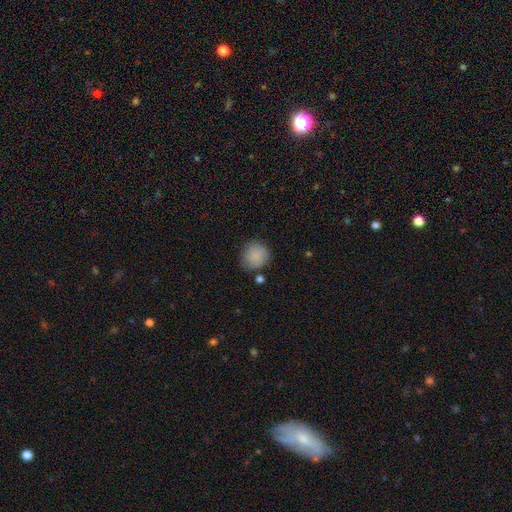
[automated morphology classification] Smooth or featured? smooth (85%)
How rounded? round (87%)
Merging? none (72%)